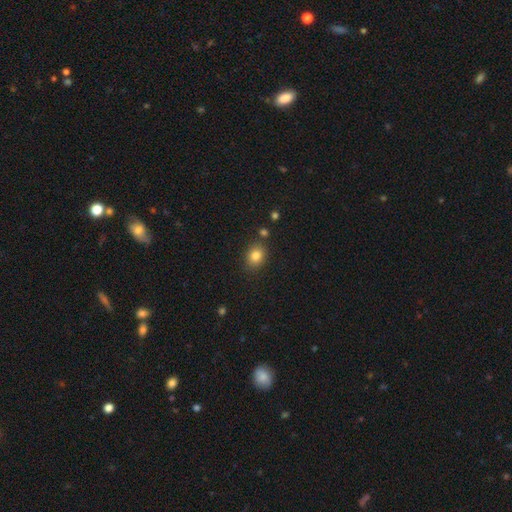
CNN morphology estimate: This appears to be a smooth galaxy with no disk features (82%) that is in between round and cigar-shaped (51%). Merging: none (80%).